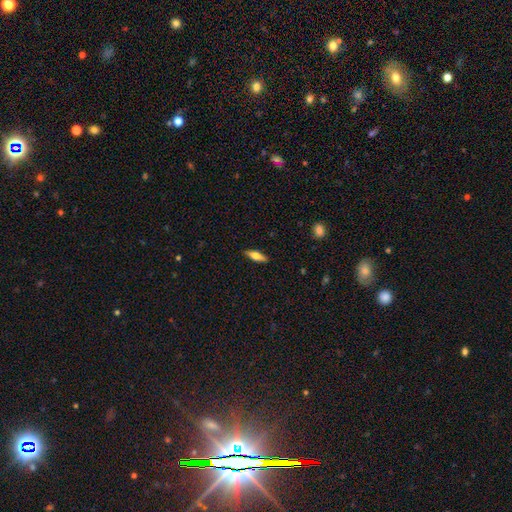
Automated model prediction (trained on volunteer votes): Smooth or featured? Predicted: smooth (p=0.54). How rounded? Predicted: in between (p=0.49). Merging? Predicted: none (p=0.89).